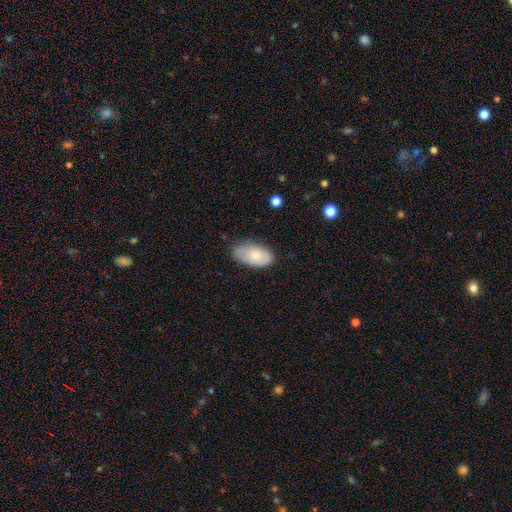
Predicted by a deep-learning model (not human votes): Smooth or featured? Predicted: smooth (p=0.76). How rounded? Predicted: in between (p=0.94). Merging? Predicted: none (p=0.66).